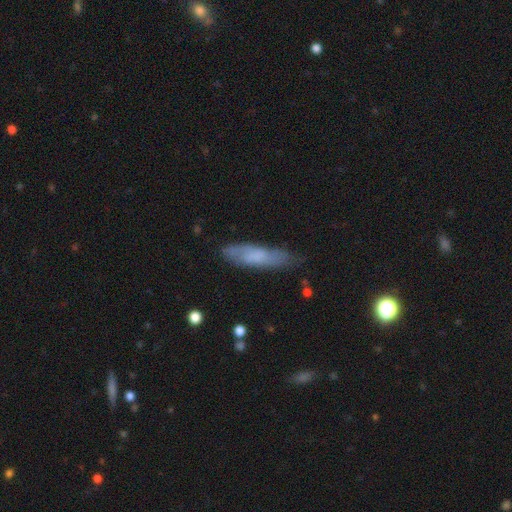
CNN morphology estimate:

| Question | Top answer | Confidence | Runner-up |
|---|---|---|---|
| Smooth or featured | smooth | 61% | featured or disk (31%) |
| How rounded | cigar-shaped | 66% | in between (32%) |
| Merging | none | 71% | minor disturbance (22%) |